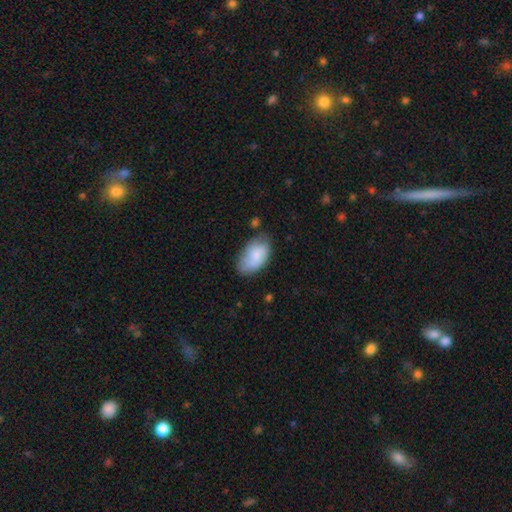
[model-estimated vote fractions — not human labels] Q: Smooth or featured?
A: smooth (81%); runner-up: featured or disk (12%)
Q: How rounded?
A: in between (93%); runner-up: round (5%)
Q: Merging?
A: none (62%); runner-up: minor disturbance (28%)